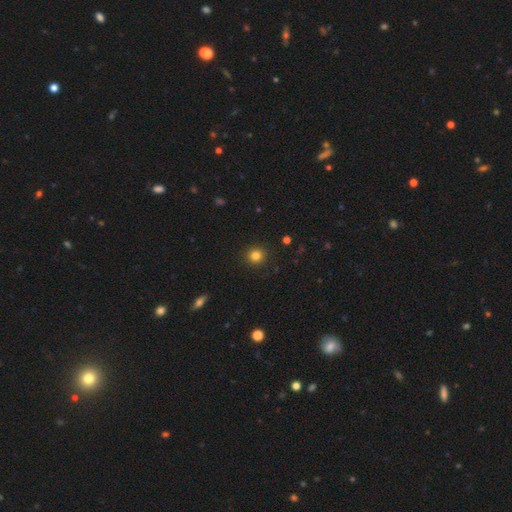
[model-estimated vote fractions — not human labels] A smooth galaxy with no disk features (83%) that is round (91%).

Vote fractions:
- Smooth or featured? smooth: 83% / star or artifact: 12% / featured or disk: 5%
- How rounded? round: 91% / in between: 8% / cigar-shaped: 1%
- Merging? none: 91% / minor disturbance: 6% / major disturbance: 2% / merger: 1%